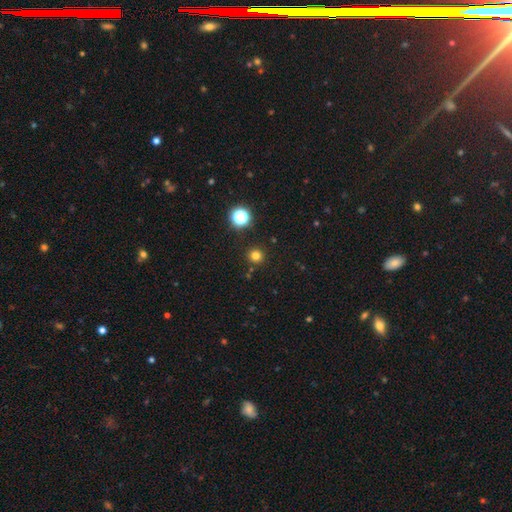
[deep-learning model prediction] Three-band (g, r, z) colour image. It shows a smooth galaxy with no disk features (76%) that is round (95%). Merging: none (89%).